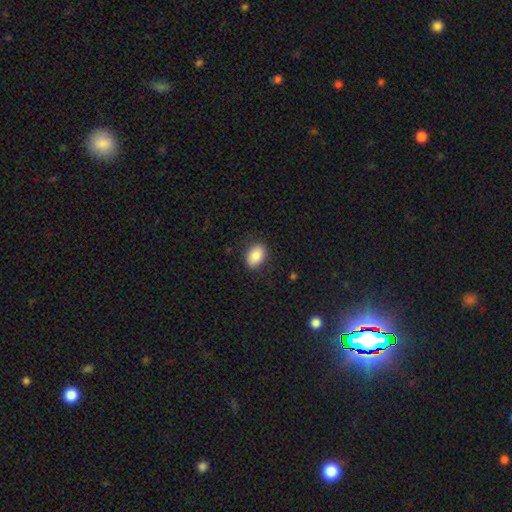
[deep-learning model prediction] This is clearly a smooth galaxy (86%). How rounded: clearly in between (82%). Merging: clearly none (84%).